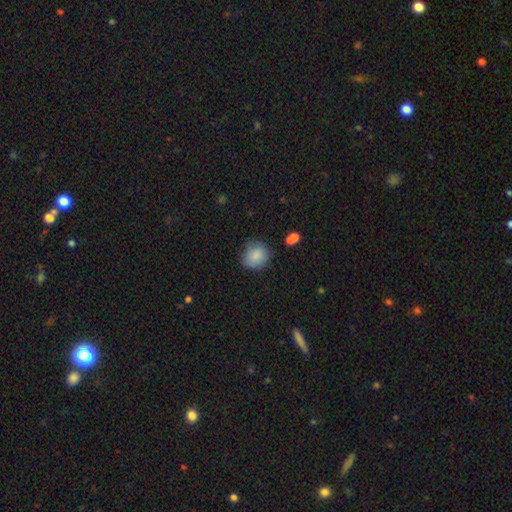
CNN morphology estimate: Smooth or featured: smooth — 85% (star or artifact — 8%)
How rounded: round — 73% (in between — 26%)
Merging: none — 71% (minor disturbance — 21%)